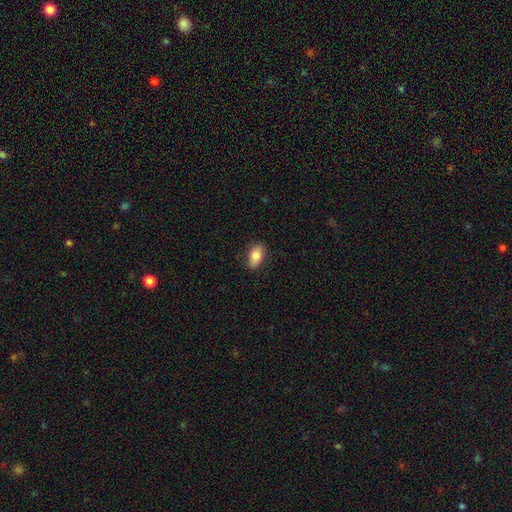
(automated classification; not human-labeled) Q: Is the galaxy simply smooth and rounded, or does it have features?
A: smooth — 81%.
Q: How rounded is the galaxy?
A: in between — 90%.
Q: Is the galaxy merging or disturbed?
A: none — 84%.